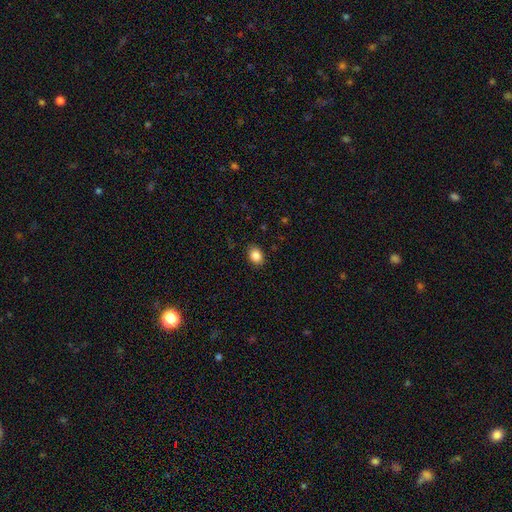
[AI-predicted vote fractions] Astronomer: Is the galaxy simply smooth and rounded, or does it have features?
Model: smooth — 87%.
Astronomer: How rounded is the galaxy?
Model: in between — 61% (runner-up: round, 38%).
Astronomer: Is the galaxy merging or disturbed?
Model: none — 88%.